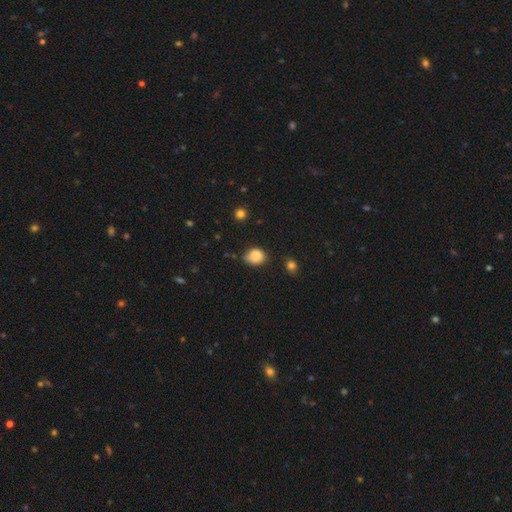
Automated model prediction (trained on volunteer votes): smooth 85%, star or artifact 10%, featured or disk 5%. Down the decision tree: how rounded — round (60%); merging — none (54%).